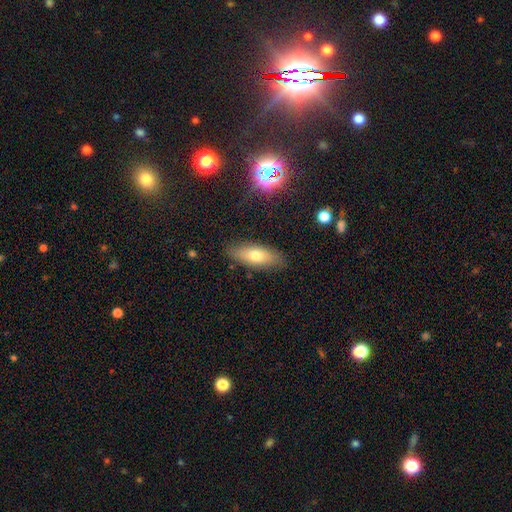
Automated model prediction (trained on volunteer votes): smooth 67%, featured or disk 25%, star or artifact 8%. Down the decision tree: how rounded — in between (70%); merging — none (84%).